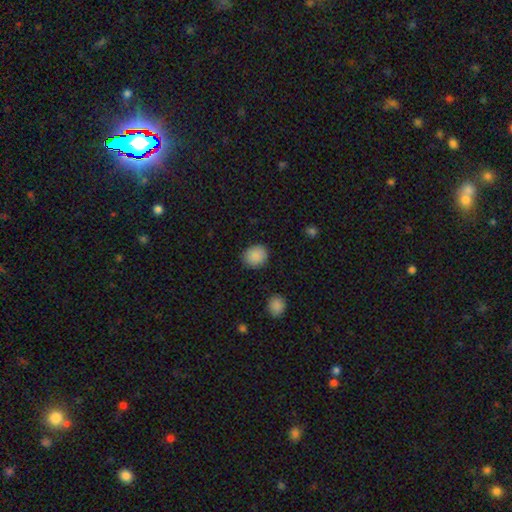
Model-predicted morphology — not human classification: type=smooth (88%); roundness=round (73%); merging=none (87%).